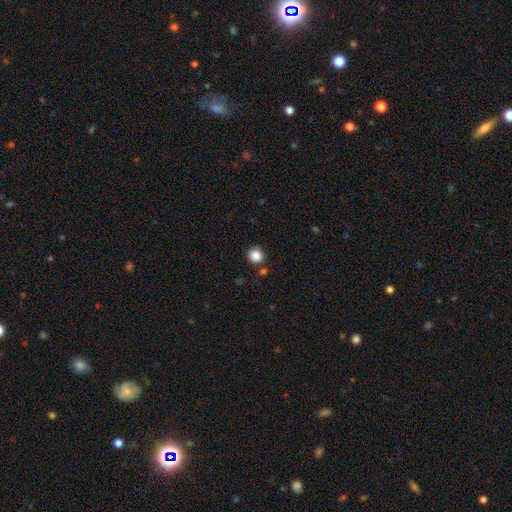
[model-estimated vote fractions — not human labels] Morphology: type=smooth (86%); roundness=round (92%); merging=none (87%).